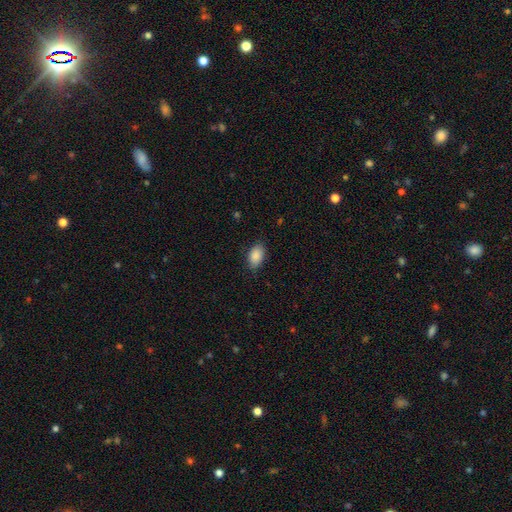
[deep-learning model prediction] A smooth galaxy with no disk features (89%) that is in between round and cigar-shaped (92%).

Vote fractions:
- Smooth or featured? smooth: 89% / star or artifact: 7% / featured or disk: 4%
- How rounded? in between: 92% / round: 6% / cigar-shaped: 2%
- Merging? none: 83% / minor disturbance: 13% / major disturbance: 3% / merger: 1%